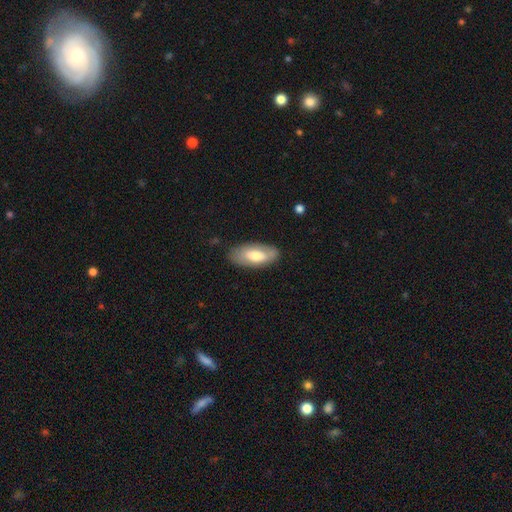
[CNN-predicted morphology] The model was most divided on "smooth or featured": smooth: 64%, featured or disk: 30%, star or artifact: 6%. More confident: how rounded — in between (88%); merging — none (79%).